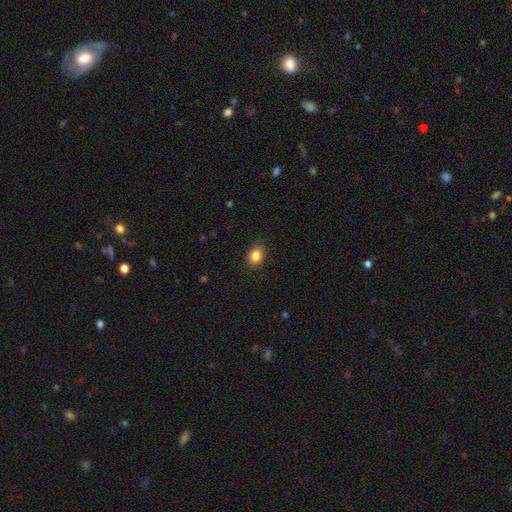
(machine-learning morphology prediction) type=smooth (85%); roundness=in between (58%); merging=none (87%).